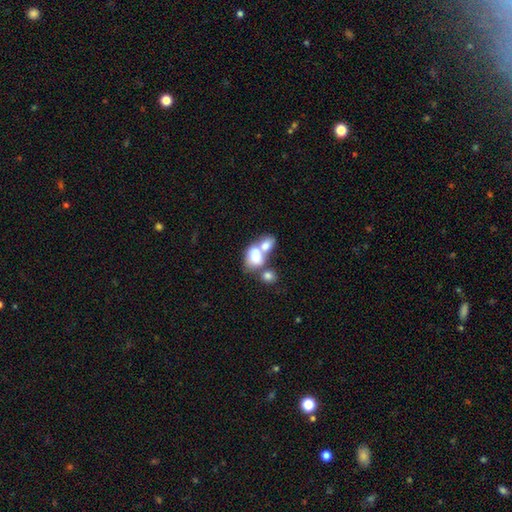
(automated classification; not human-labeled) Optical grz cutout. It shows a smooth galaxy with no disk features (73%) that is in between round and cigar-shaped (77%). Merging: merger (68%).